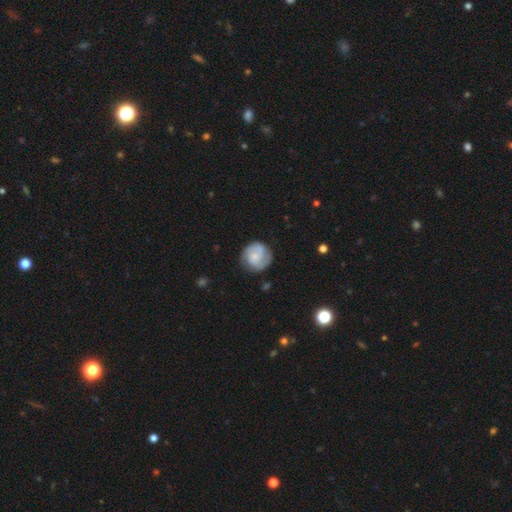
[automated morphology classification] Overall: featured or disk (56%; smooth 37%). Edge-on disk: no (98%). Bar: no (67%; weak 28%). Spiral arms: yes (88%). Bulge size: small (56%; moderate 28%). Merging: none (75%).